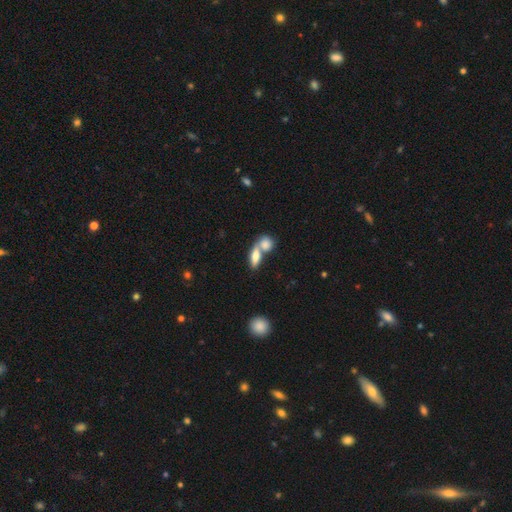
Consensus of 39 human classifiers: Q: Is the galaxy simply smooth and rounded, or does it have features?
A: smooth — 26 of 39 (67%).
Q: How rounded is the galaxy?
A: in between — 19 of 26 (73%).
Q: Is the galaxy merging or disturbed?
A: merger — 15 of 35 (43%).